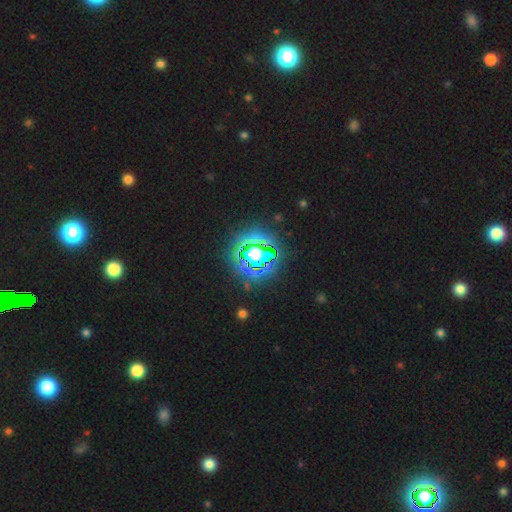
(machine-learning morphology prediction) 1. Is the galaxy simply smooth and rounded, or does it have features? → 63% star or artifact, 23% smooth, 15% featured or disk.